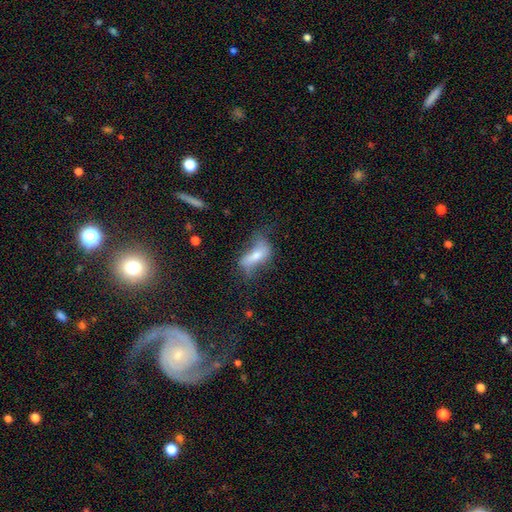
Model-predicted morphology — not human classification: The model was most divided on "merging": none: 36%, major disturbance: 32%, minor disturbance: 28%, merger: 5%. More confident: how rounded — in between (73%); smooth or featured — smooth (50%).